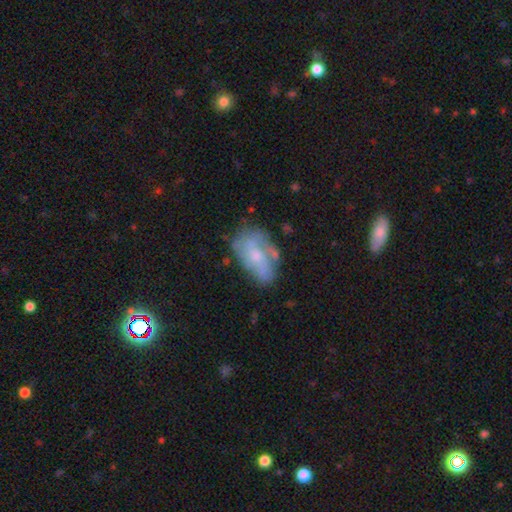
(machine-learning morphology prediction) smooth_or_featured: featured or disk (p=0.57) [alt: smooth p=0.35]
disk_edge_on: no (p=0.95) [alt: yes p=0.05]
bar: no (p=0.71) [alt: weak p=0.24]
has_spiral_arms: yes (p=0.60) [alt: no p=0.40]
bulge_size: small (p=0.48) [alt: moderate p=0.40]
merging: none (p=0.53) [alt: minor disturbance p=0.27]